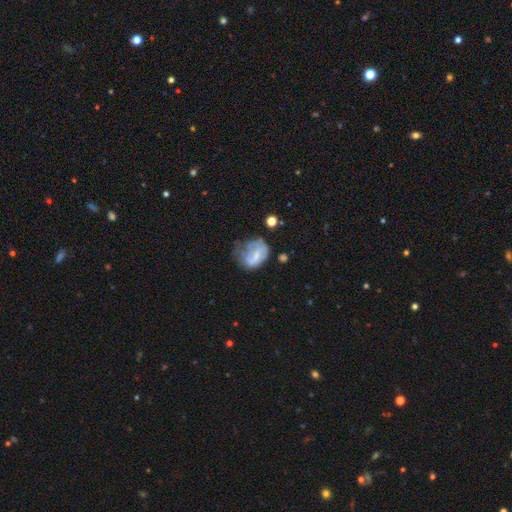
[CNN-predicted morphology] A smooth galaxy with no disk features (49%).

Vote fractions:
- Smooth or featured? smooth: 49% / featured or disk: 41% / star or artifact: 10%
- Merging? major disturbance: 37% / minor disturbance: 31% / none: 26% / merger: 6%